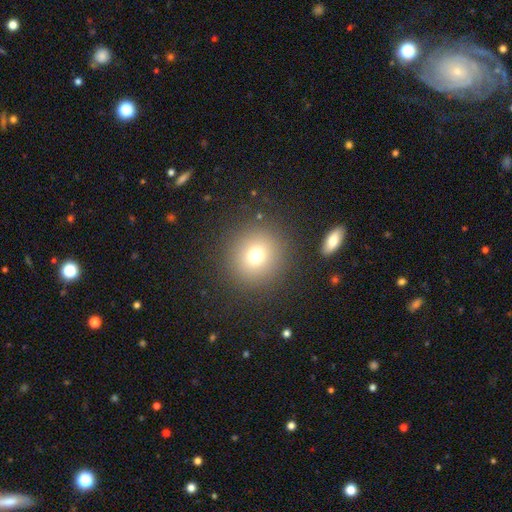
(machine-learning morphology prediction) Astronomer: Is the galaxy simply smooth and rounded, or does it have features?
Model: smooth — 73%.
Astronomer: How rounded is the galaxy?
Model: round — 93%.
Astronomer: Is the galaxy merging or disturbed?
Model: none — 88%.